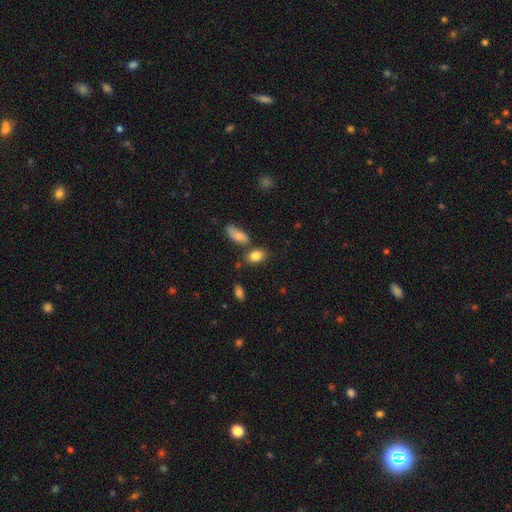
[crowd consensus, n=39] Q: Smooth or featured?
A: smooth (87%); runner-up: featured or disk (10%)
Q: How rounded?
A: in between (79%); runner-up: round (21%)
Q: Merging?
A: none (58%); runner-up: merger (26%)